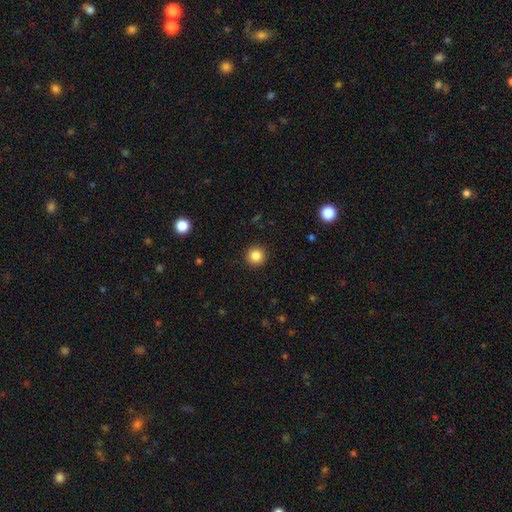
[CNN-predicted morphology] The model was most divided on "smooth or featured": smooth: 85%, star or artifact: 10%, featured or disk: 4%. More confident: how rounded — round (96%); merging — none (92%).